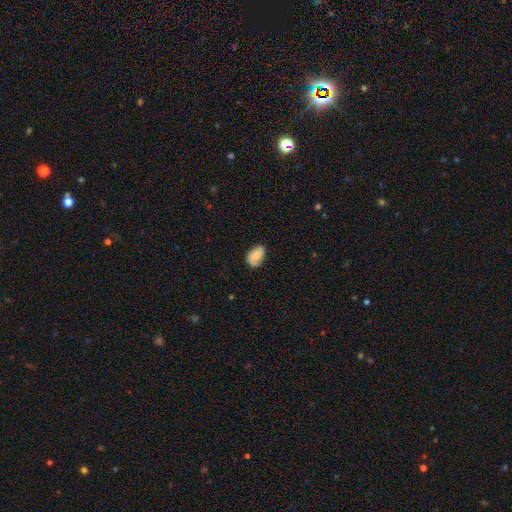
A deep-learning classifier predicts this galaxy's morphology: smooth 78%, featured or disk 15%, star or artifact 8%. Down the decision tree: how rounded — in between (88%); merging — none (72%).